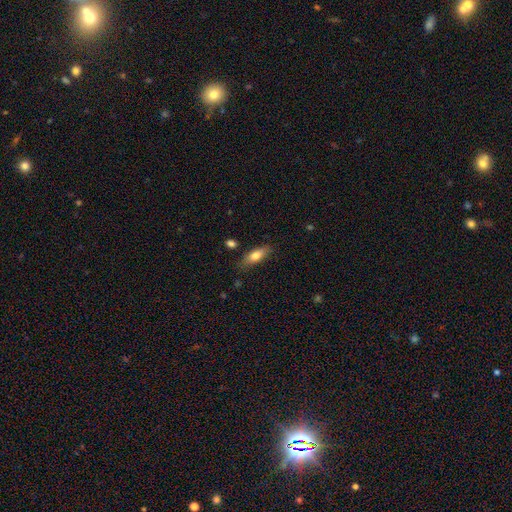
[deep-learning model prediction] Smooth or featured? smooth (74%)
How rounded? in between (65%)
Merging? none (78%)